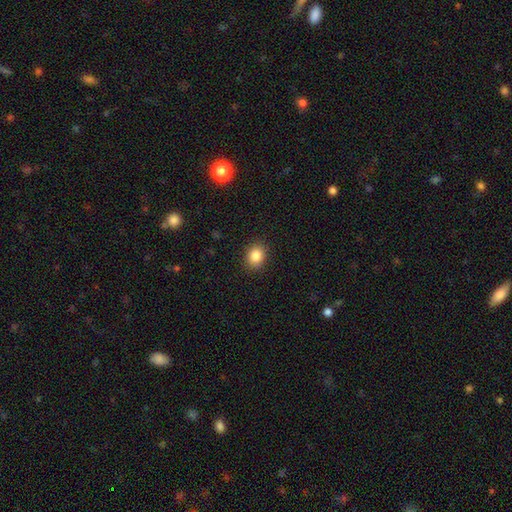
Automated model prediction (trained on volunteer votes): Smooth or featured? Predicted: smooth (p=0.85). How rounded? Predicted: round (p=0.54). Merging? Predicted: none (p=0.89).